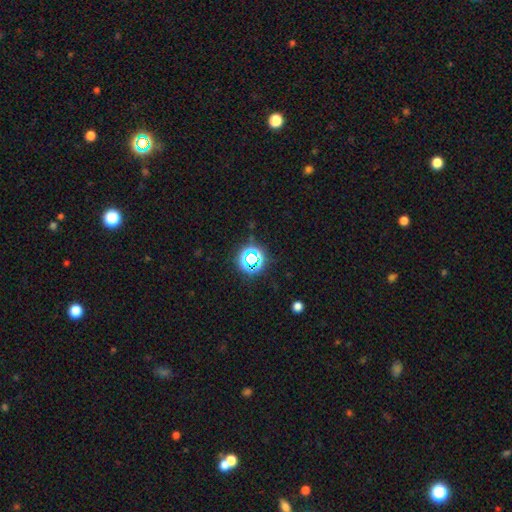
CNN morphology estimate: A star or artifact, not a galaxy (67%).

Vote fractions:
- Smooth or featured? star or artifact: 67% / smooth: 23% / featured or disk: 11%